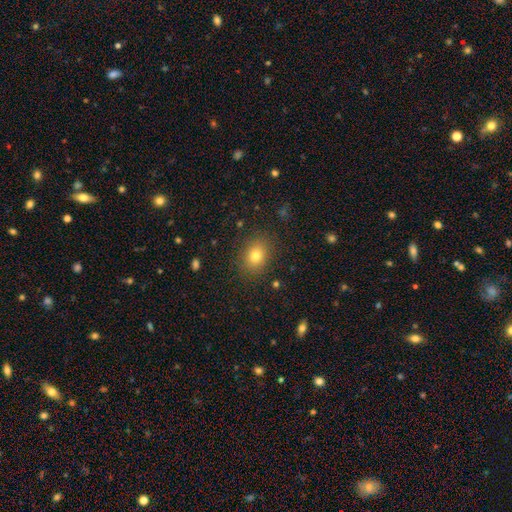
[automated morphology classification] Smooth or featured? Predicted: smooth (p=0.79). How rounded? Predicted: in between (p=0.51). Merging? Predicted: none (p=0.87).